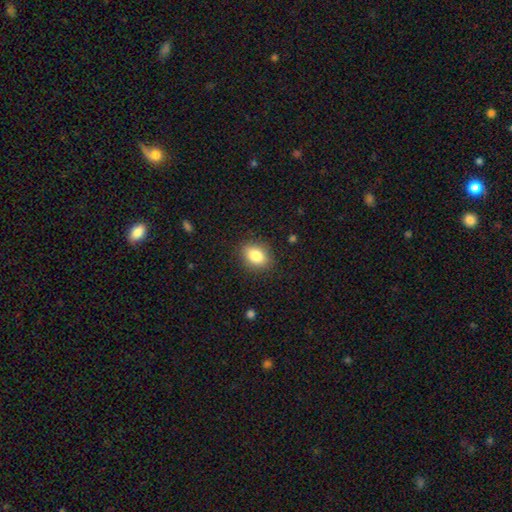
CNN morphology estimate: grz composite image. It shows a smooth galaxy with no disk features (84%) that is in between round and cigar-shaped (70%). Merging: none (87%).